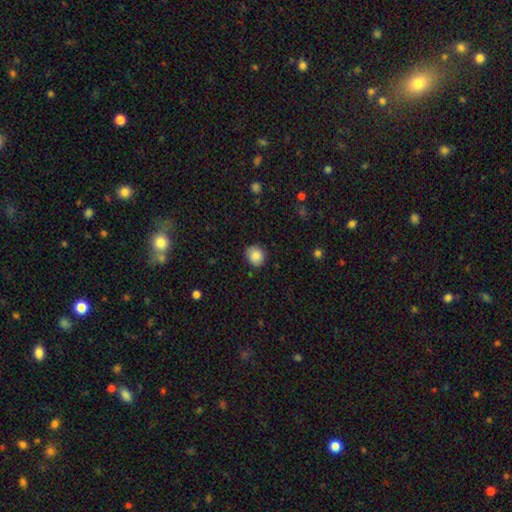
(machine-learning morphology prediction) Smooth or featured? Predicted: smooth (p=0.85). How rounded? Predicted: round (p=0.78). Merging? Predicted: none (p=0.85).